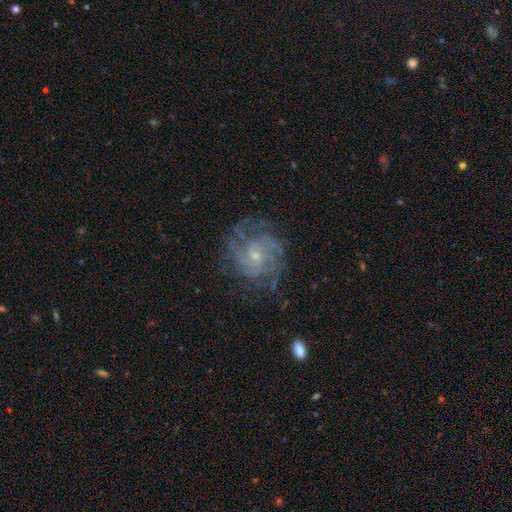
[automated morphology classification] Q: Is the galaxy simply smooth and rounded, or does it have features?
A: featured or disk — 86%.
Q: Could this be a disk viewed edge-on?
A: no — 98%.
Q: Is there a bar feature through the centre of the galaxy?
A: no — 70%.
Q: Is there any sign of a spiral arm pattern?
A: yes — 95%.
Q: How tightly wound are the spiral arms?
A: tight — 57%.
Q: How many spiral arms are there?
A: can't tell — 29%.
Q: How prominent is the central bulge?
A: small — 68%.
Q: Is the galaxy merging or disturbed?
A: none — 71%.